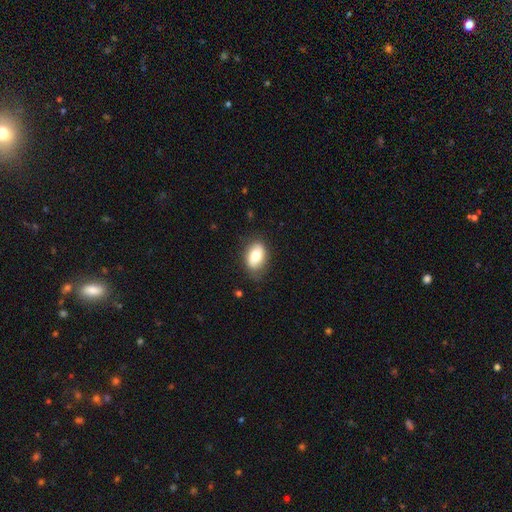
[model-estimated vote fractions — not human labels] Smooth or featured: smooth — 75% (featured or disk — 18%)
How rounded: in between — 88% (round — 11%)
Merging: none — 75% (minor disturbance — 19%)